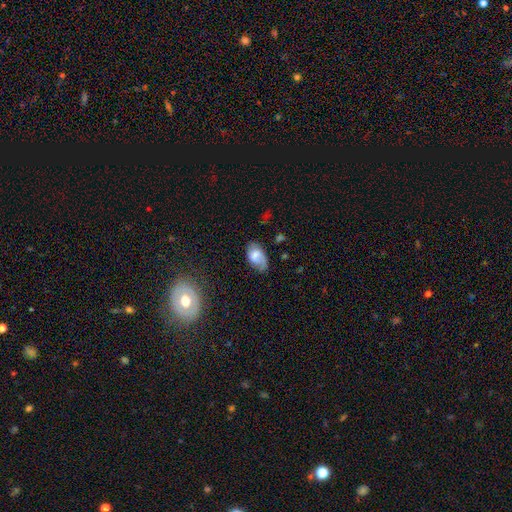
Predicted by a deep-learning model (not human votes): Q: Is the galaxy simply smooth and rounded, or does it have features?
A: smooth — 62%.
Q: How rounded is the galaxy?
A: in between — 91%.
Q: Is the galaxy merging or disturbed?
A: none — 56%.